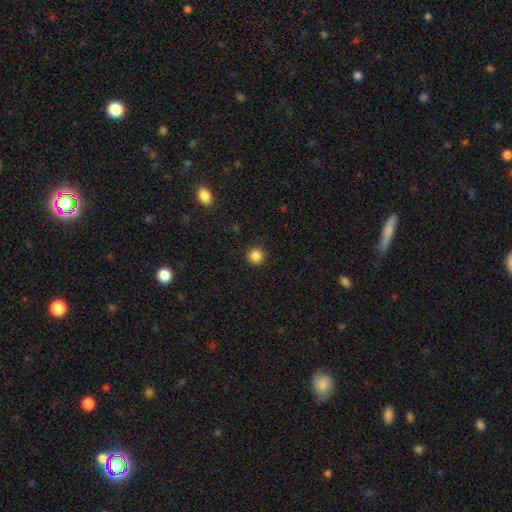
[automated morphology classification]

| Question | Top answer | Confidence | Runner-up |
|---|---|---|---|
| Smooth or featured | smooth | 86% | star or artifact (11%) |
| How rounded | round | 95% | in between (4%) |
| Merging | none | 91% | minor disturbance (6%) |